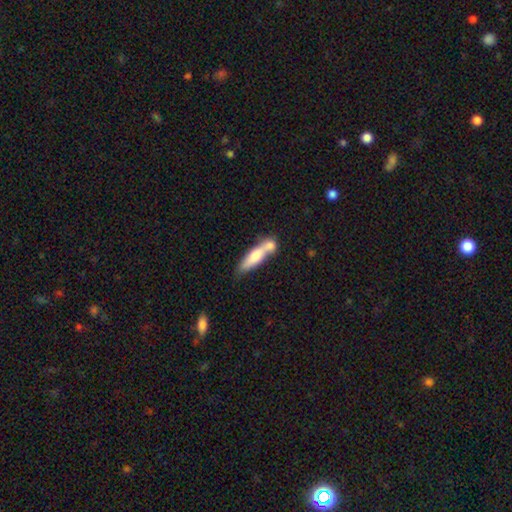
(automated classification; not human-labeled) smooth_or_featured: smooth (p=0.64) [alt: featured or disk p=0.30]
how_rounded: cigar-shaped (p=0.69) [alt: in between p=0.28]
merging: merger (p=0.45) [alt: none p=0.35]